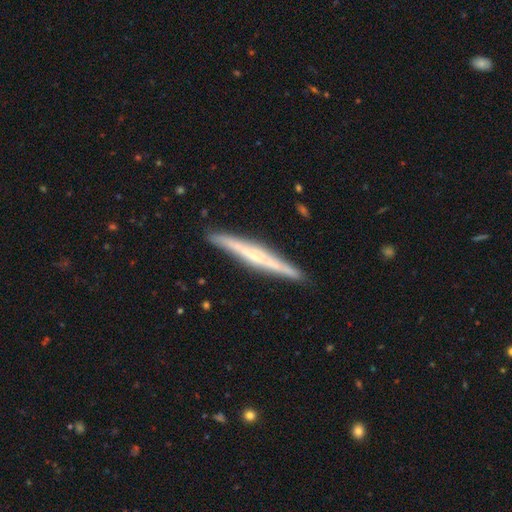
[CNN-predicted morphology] Smooth or featured? featured or disk (66%)
Edge-on disk? yes (97%)
Edge-on bulge? none (46%)
Merging? none (90%)